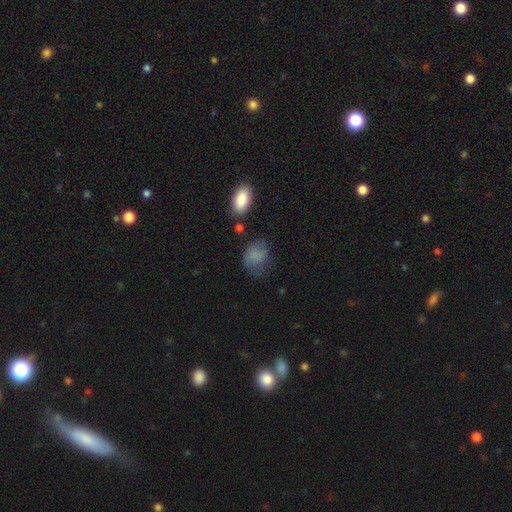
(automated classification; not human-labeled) smooth_or_featured: smooth (p=0.79) [alt: featured or disk p=0.11]
how_rounded: in between (p=0.59) [alt: round p=0.40]
merging: none (p=0.49) [alt: minor disturbance p=0.31]